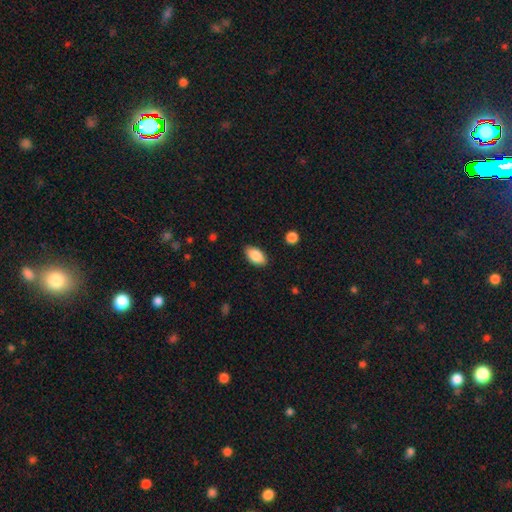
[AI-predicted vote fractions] This appears to be a smooth galaxy with no disk features (86%) that is in between round and cigar-shaped (93%). Merging: none (87%).